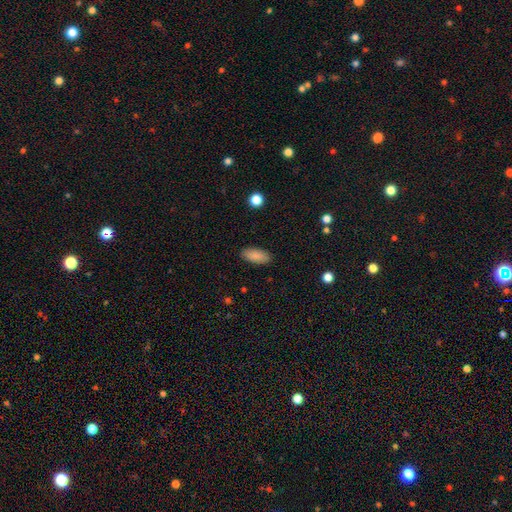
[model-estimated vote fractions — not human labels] This appears to be a smooth galaxy with no disk features (89%) that is in between round and cigar-shaped (88%). Merging: none (89%).